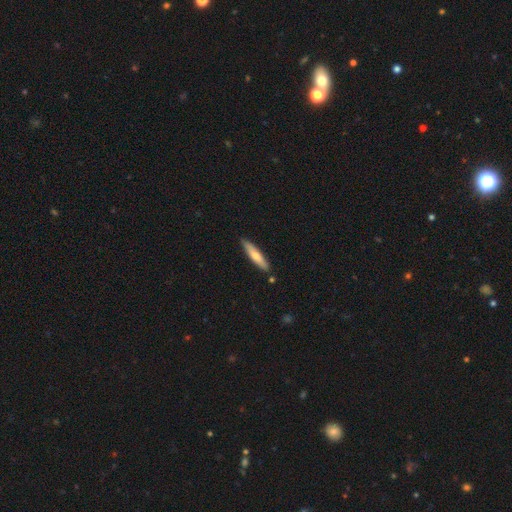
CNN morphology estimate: Smooth or featured? smooth (67%)
How rounded? cigar-shaped (84%)
Merging? none (86%)